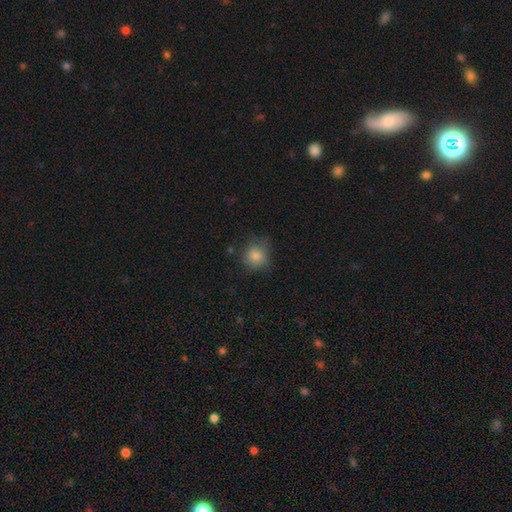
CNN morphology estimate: Smooth or featured?
  - smooth: 83% *
  - star or artifact: 10%
  - featured or disk: 7%
How rounded?
  - round: 83% *
  - in between: 16%
  - cigar-shaped: 1%
Merging?
  - none: 68% *
  - minor disturbance: 23%
  - major disturbance: 7%
  - merger: 2%